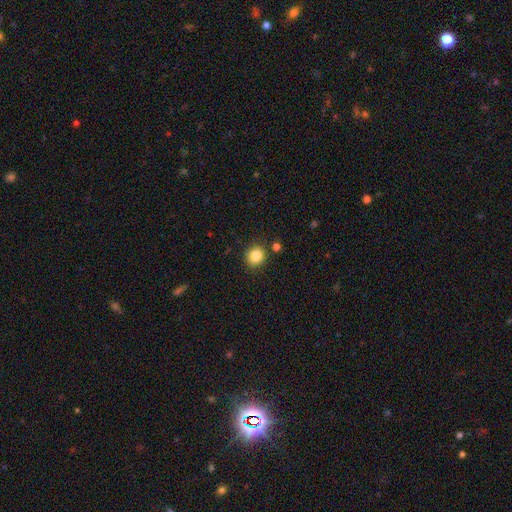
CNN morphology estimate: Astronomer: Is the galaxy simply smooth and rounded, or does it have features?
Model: smooth — 84%.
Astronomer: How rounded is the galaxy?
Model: round — 81%.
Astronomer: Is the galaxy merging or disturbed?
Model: none — 86%.